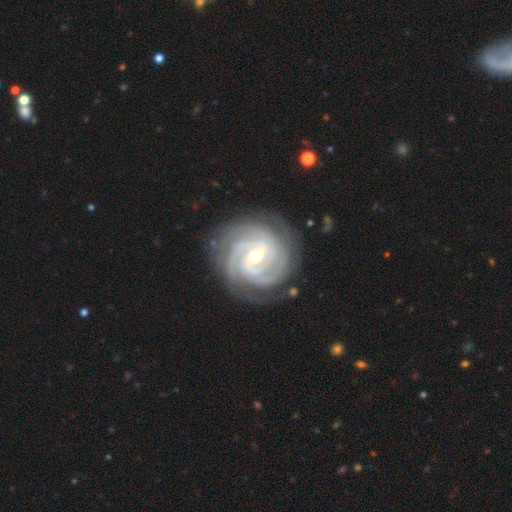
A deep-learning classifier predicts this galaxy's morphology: smooth_or_featured: featured or disk (p=0.92) [alt: star or artifact p=0.04]
disk_edge_on: no (p=0.98) [alt: yes p=0.02]
bar: weak (p=0.48) [alt: no p=0.28]
has_spiral_arms: yes (p=0.98) [alt: no p=0.02]
spiral_winding: tight (p=0.79) [alt: medium p=0.19]
spiral_arm_count: 3 (p=0.31) [alt: 4 p=0.21]
bulge_size: moderate (p=0.54) [alt: small p=0.43]
merging: none (p=0.81) [alt: minor disturbance p=0.13]